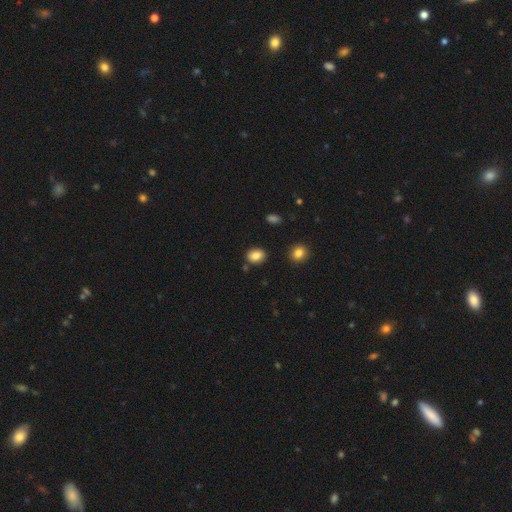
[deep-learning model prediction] This is clearly a smooth galaxy (85%). How rounded: likely in between (64%). Merging: clearly none (83%).